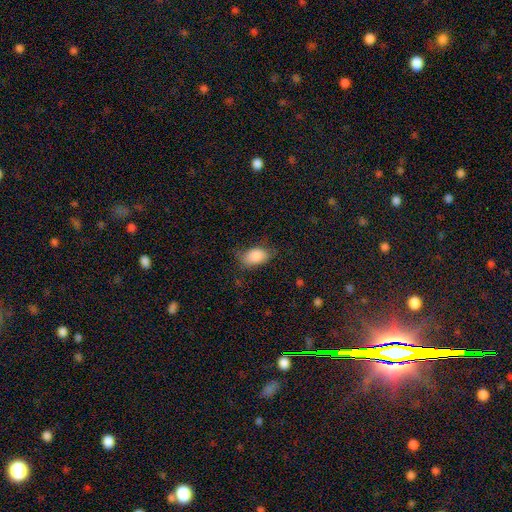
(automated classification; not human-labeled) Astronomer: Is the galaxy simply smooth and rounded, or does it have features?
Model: smooth — 86%.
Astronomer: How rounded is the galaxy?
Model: in between — 90%.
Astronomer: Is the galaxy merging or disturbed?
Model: none — 66%.